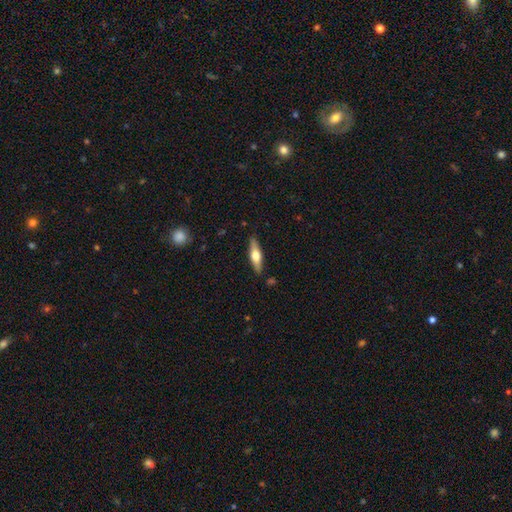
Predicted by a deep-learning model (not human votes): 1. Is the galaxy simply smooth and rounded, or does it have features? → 49% featured or disk, 45% smooth, 6% star or artifact.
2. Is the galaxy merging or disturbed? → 88% none, 9% minor disturbance, 2% major disturbance, 1% merger.